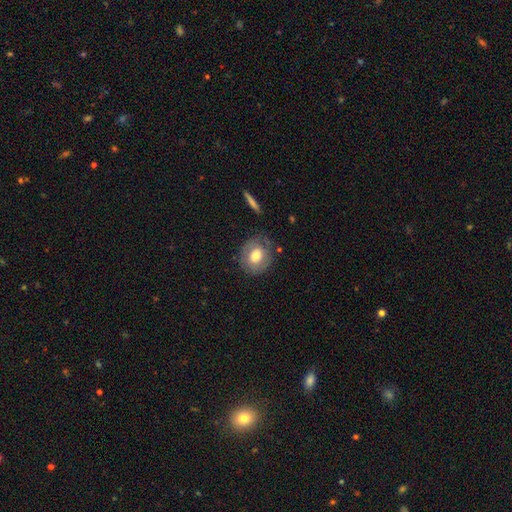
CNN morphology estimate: This is likely a smooth galaxy (62%). How rounded: likely round (64%). Merging: likely none (75%).